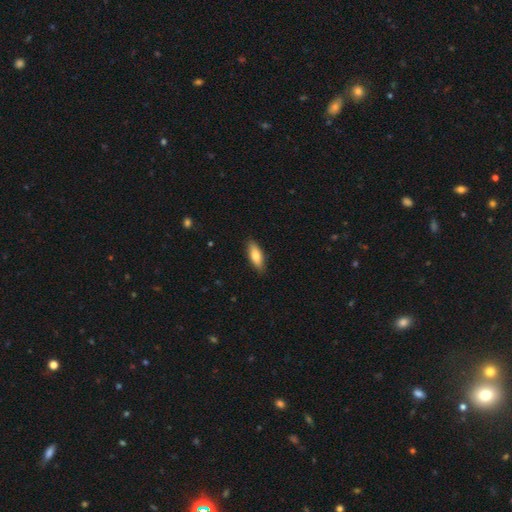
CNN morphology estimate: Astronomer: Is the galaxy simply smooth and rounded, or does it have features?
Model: smooth — 80%.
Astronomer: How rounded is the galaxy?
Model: in between — 68%.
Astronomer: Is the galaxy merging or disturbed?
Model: none — 87%.